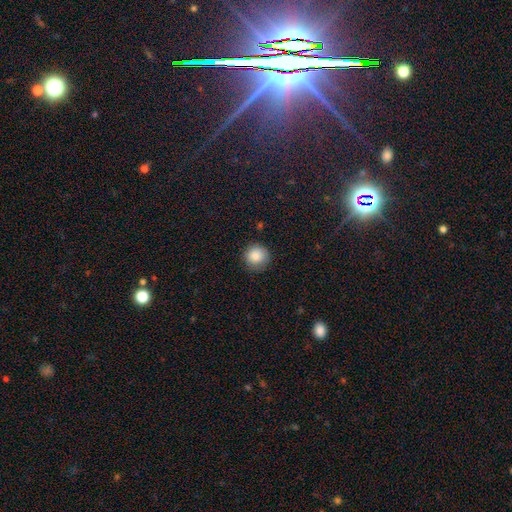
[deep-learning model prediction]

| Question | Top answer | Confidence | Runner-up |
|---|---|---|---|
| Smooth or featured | smooth | 87% | star or artifact (9%) |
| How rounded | round | 94% | in between (6%) |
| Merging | none | 84% | minor disturbance (12%) |